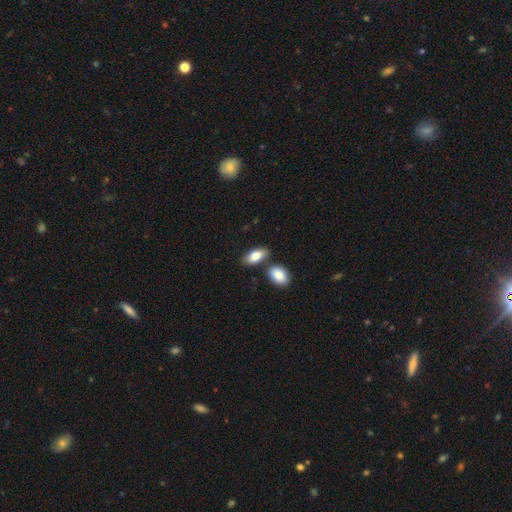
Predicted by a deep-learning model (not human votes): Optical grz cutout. It shows a smooth galaxy with no disk features (80%) that is in between round and cigar-shaped (90%). Merging: none (68%).